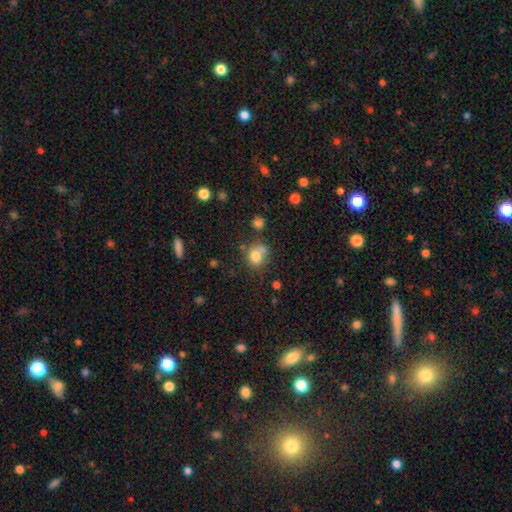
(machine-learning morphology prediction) This is likely a smooth galaxy (78%). How rounded: likely round (68%). Merging: possibly none (48%).